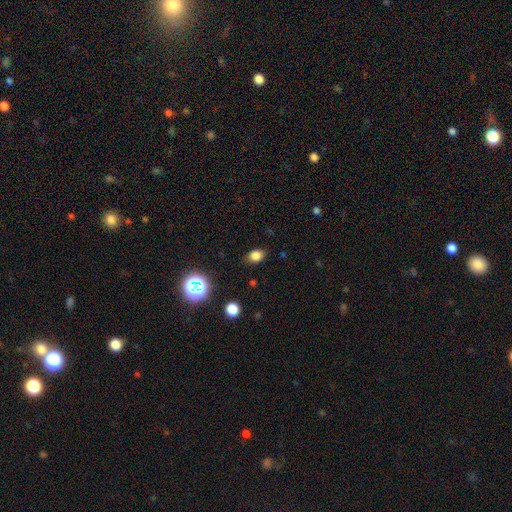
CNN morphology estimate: Overall: smooth (80%). How rounded: in between (70%). Merging: none (85%).